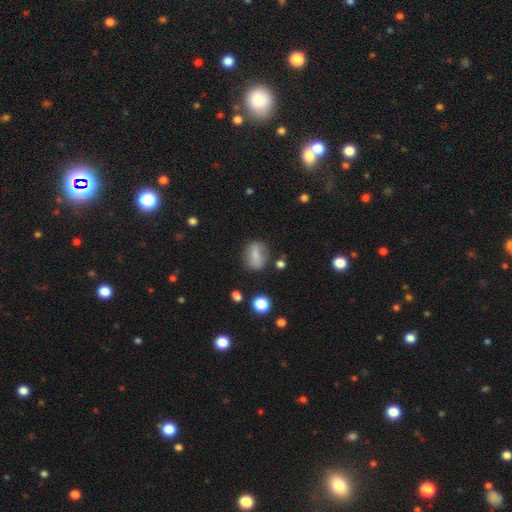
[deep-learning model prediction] This appears to be a smooth galaxy with no disk features (69%) that is in between round and cigar-shaped (59%). Merging: none (72%).